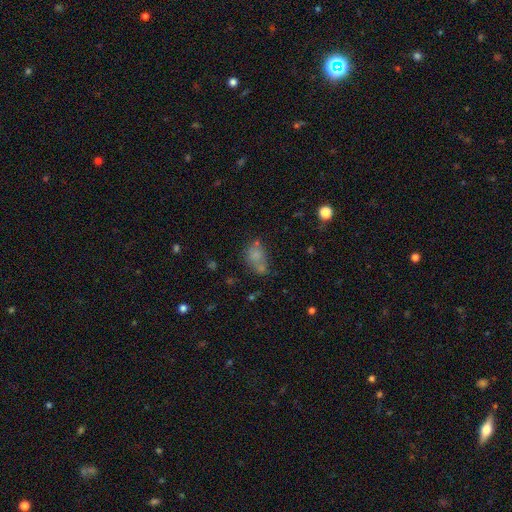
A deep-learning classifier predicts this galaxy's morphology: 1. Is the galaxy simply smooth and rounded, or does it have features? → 69% smooth, 16% featured or disk, 15% star or artifact.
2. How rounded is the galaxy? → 71% in between, 27% round, 2% cigar-shaped.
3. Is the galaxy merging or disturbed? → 37% none (tied), 37% merger (tied), 16% minor disturbance, 9% major disturbance.